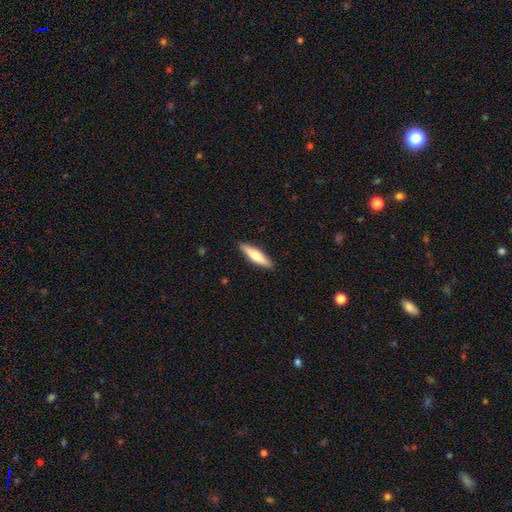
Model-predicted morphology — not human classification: type=smooth (59%); roundness=cigar-shaped (74%); merging=none (90%).